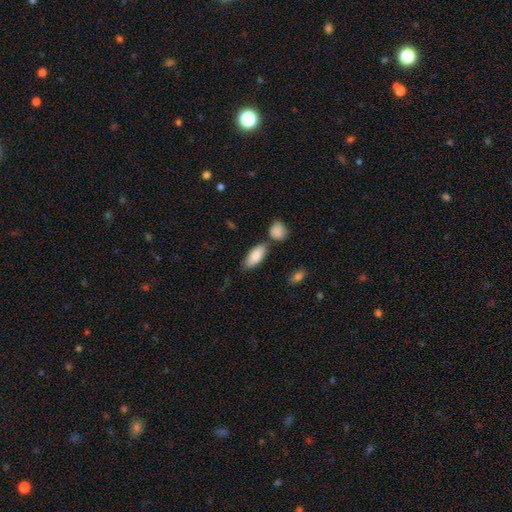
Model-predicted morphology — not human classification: smooth 84%, featured or disk 10%, star or artifact 6%. Down the decision tree: how rounded — in between (84%); merging — none (72%).